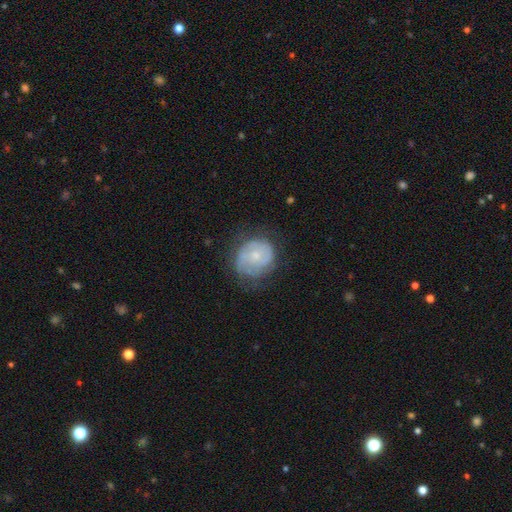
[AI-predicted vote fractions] This is likely a featured or disk galaxy (65%). It is clearly not viewed edge-on (98%). Bar: likely no (74%). Spiral arm pattern: clearly yes (83%). Spiral arm count: marginally 2 (39%). Spiral winding: possibly tight (58%). Central bulge: possibly small (60%). Merging: likely none (63%).